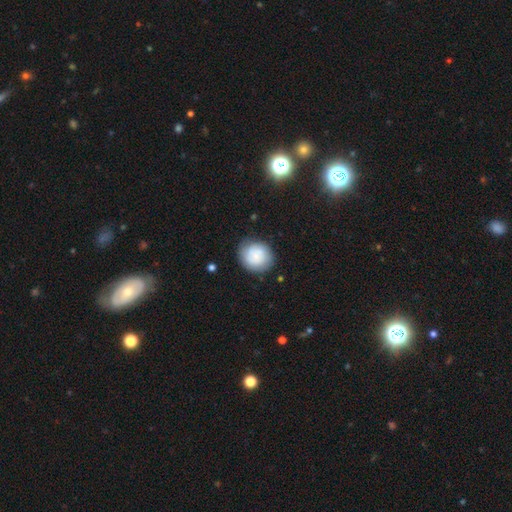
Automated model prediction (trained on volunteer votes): smooth-or-featured: smooth: 70% | featured or disk: 22% | star or artifact: 8%
  how-rounded: round: 87% | in between: 12% | cigar-shaped: 1%
  merging: none: 78% | minor disturbance: 15% | major disturbance: 5% | merger: 2%